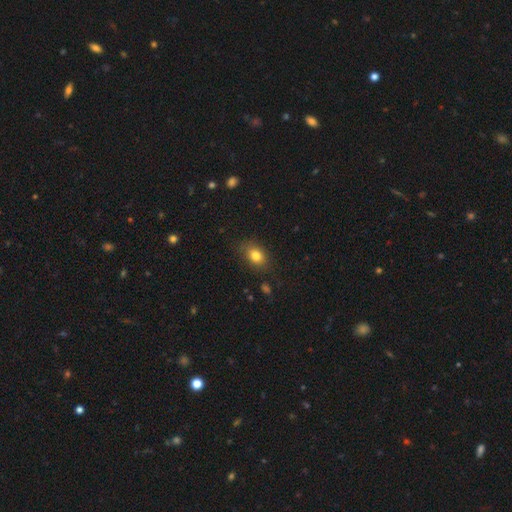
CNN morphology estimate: Smooth or featured? Predicted: smooth (p=0.81). How rounded? Predicted: in between (p=0.68). Merging? Predicted: none (p=0.80).